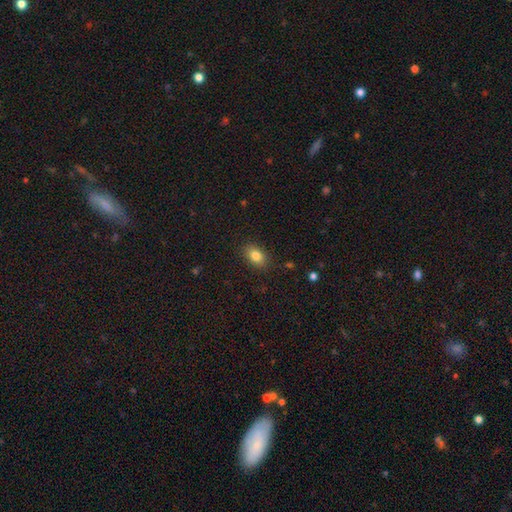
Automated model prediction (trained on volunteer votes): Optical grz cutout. It shows a smooth galaxy with no disk features (82%) that is in between round and cigar-shaped (83%). Merging: none (87%).